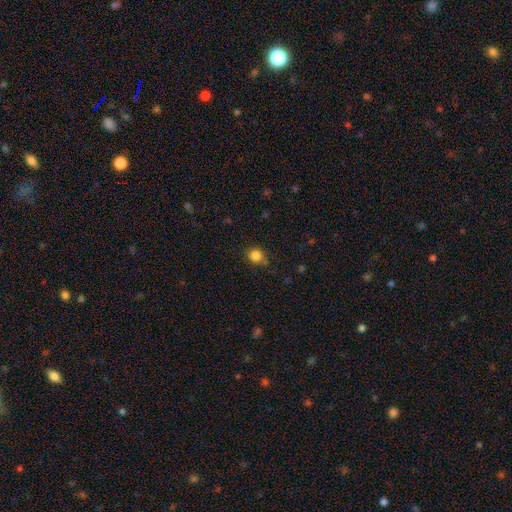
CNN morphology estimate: Overall: smooth (84%). How rounded: round (71%). Merging: none (72%).